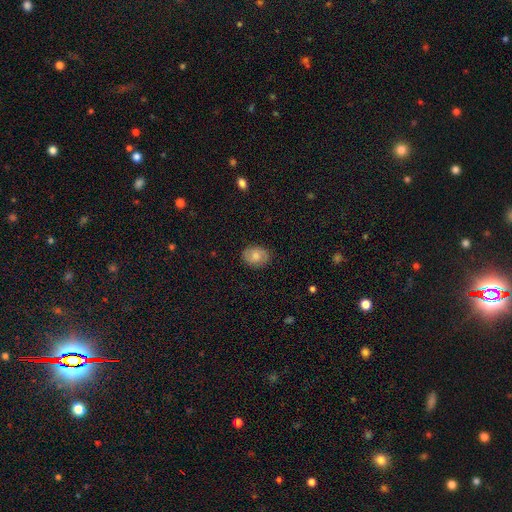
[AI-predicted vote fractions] smooth-or-featured: smooth: 73% | featured or disk: 19% | star or artifact: 8%
  how-rounded: in between: 63% | round: 36% | cigar-shaped: 1%
  merging: none: 85% | minor disturbance: 11% | major disturbance: 3% | merger: 1%